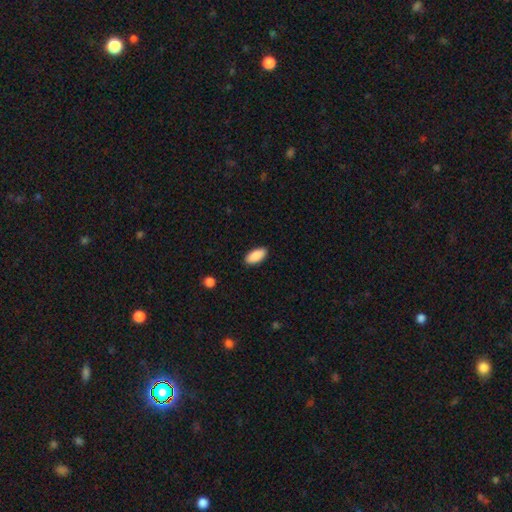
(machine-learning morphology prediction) Smooth or featured? smooth (91%)
How rounded? in between (92%)
Merging? none (90%)